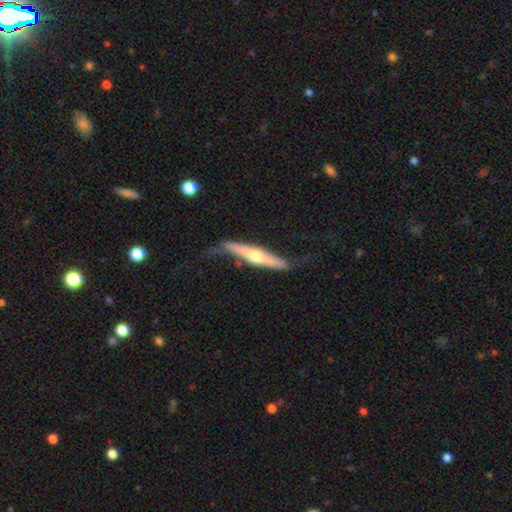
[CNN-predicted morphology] This is likely a featured or disk galaxy (70%). It is clearly viewed edge-on (82%). Edge-on bulge: clearly rounded (89%). Merging: possibly none (51%).